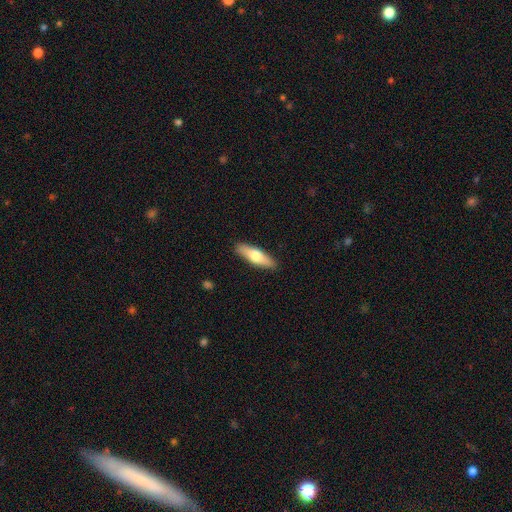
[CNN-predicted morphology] smooth 62%, featured or disk 33%, star or artifact 5%. Down the decision tree: how rounded — cigar-shaped (58%); merging — none (89%).